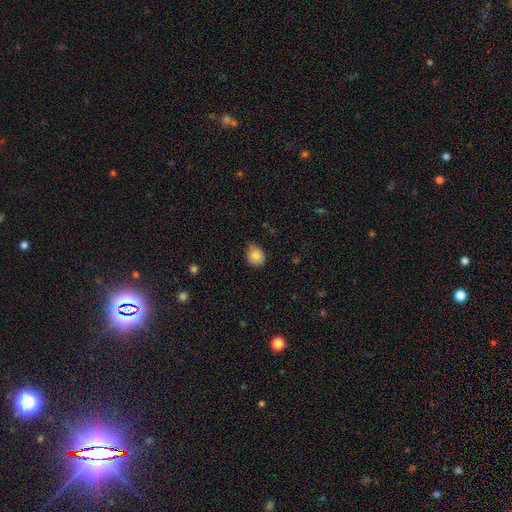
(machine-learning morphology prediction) The model was most divided on "how rounded": round: 65%, in between: 34%, cigar-shaped: 1%. More confident: smooth or featured — smooth (83%); merging — none (69%).